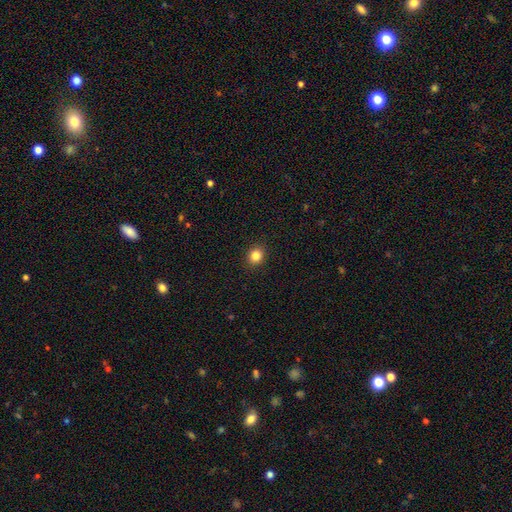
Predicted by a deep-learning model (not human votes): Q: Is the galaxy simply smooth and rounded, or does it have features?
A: smooth — 84%.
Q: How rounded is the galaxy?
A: round — 76%.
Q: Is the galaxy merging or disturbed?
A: none — 92%.